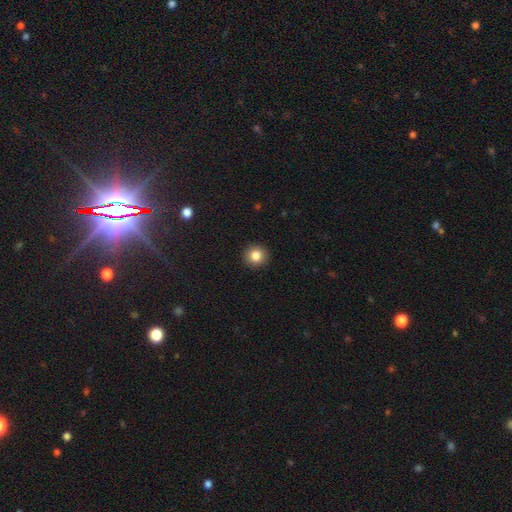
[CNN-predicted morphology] This is clearly a smooth galaxy (84%). How rounded: clearly round (93%). Merging: clearly none (93%).